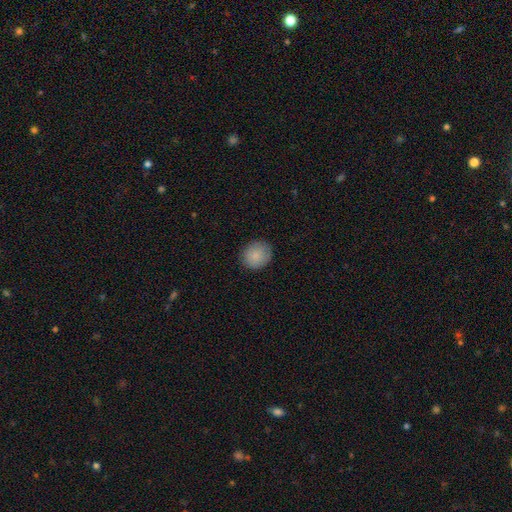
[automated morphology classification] This appears to be a smooth galaxy with no disk features (87%) that is round (81%). Merging: none (87%).